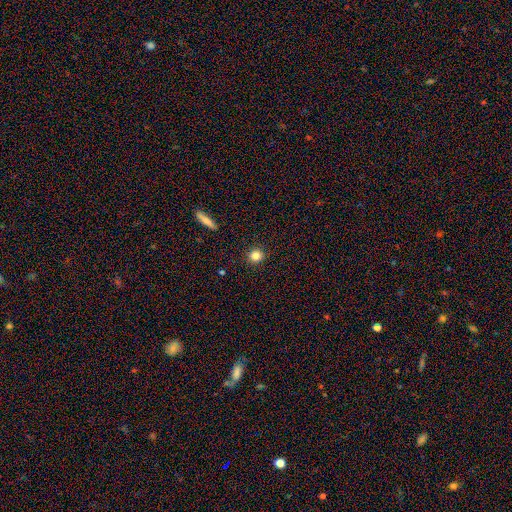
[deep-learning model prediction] smooth 82%, star or artifact 12%, featured or disk 6%. Down the decision tree: how rounded — round (92%); merging — none (92%).